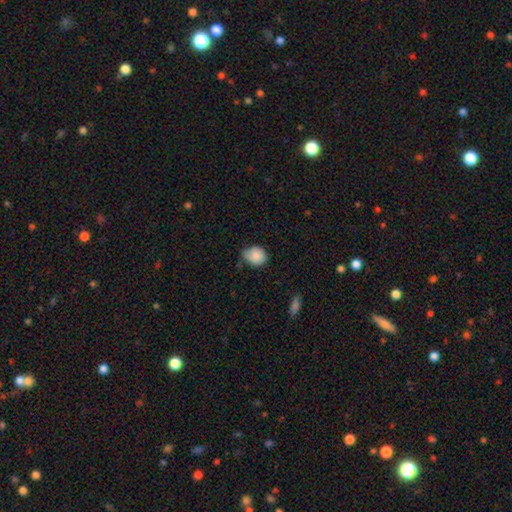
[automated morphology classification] type=smooth (86%); roundness=round (69%); merging=none (51%).